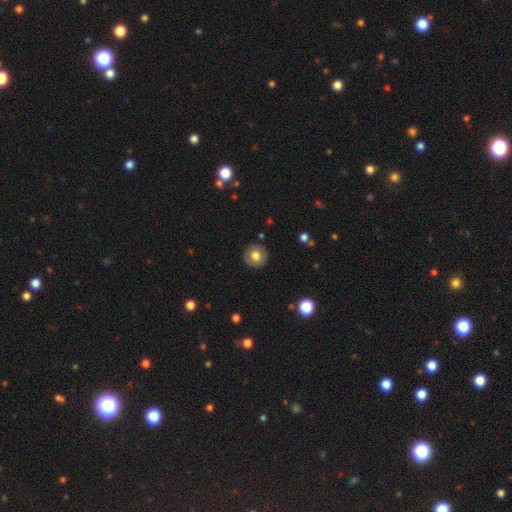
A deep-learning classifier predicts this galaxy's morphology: smooth-or-featured: smooth: 74% | featured or disk: 18% | star or artifact: 8%
  how-rounded: round: 93% | in between: 6% | cigar-shaped: 1%
  merging: none: 90% | minor disturbance: 7% | major disturbance: 2% | merger: 1%